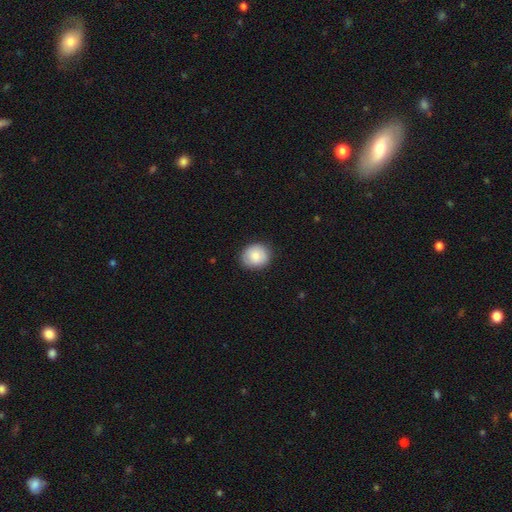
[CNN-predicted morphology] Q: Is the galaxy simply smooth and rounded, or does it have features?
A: smooth — 83%.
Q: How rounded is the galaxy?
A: round — 75%.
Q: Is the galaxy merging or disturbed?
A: none — 85%.